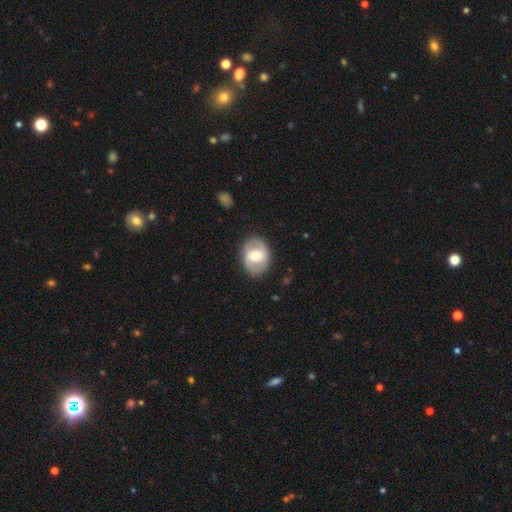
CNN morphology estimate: Smooth or featured? Predicted: featured or disk (p=0.58). Edge-on disk? Predicted: no (p=0.95). Bar? Predicted: weak (p=0.40). Spiral arms? Predicted: yes (p=0.56). Bulge size? Predicted: moderate (p=0.65). Merging? Predicted: none (p=0.83).